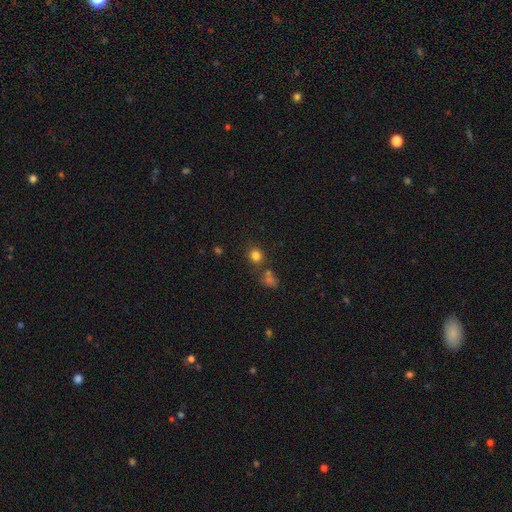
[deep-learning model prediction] Q: Smooth or featured?
A: smooth (80%); runner-up: star or artifact (15%)
Q: How rounded?
A: round (82%); runner-up: in between (17%)
Q: Merging?
A: none (72%); runner-up: merger (13%)